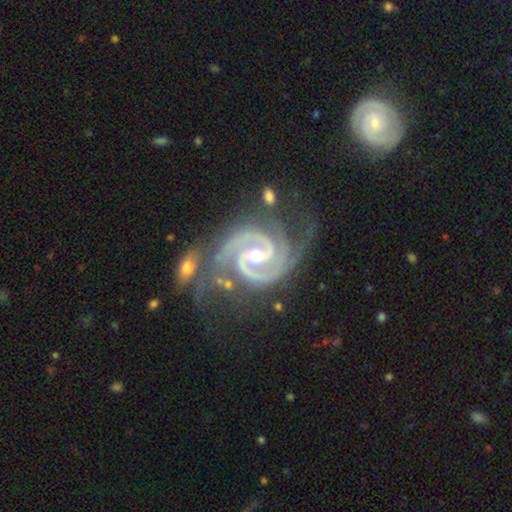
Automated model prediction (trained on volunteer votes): This appears to be a featured or disk galaxy (94%) with a weak bar (39%), 2 (83%) tight (52%) spiral arms (99%) and a moderate central bulge (61%). Merging: none (50%).